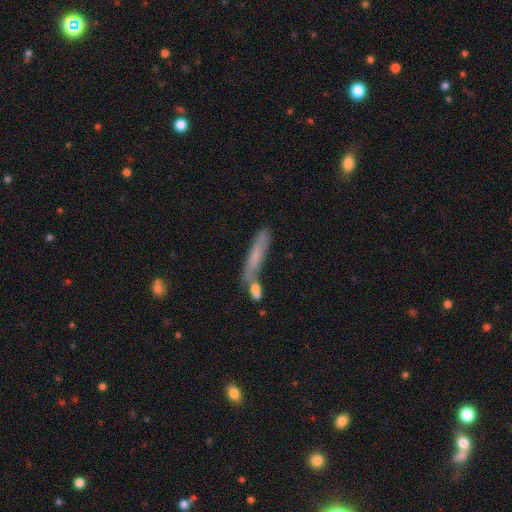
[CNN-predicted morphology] smooth 61%, featured or disk 31%, star or artifact 9%. Down the decision tree: how rounded — cigar-shaped (90%); merging — none (52%).